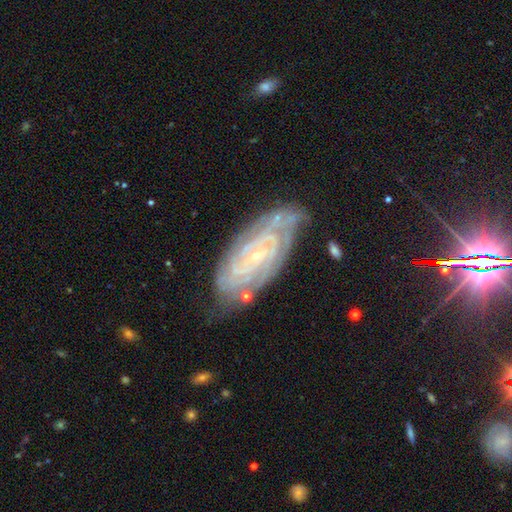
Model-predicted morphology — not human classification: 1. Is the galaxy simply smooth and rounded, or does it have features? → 87% featured or disk, 7% star or artifact, 6% smooth.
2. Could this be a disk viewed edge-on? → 95% no, 5% yes.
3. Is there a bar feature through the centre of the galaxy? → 53% no, 33% weak, 14% strong.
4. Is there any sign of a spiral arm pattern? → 98% yes, 2% no.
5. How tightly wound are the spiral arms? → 78% tight, 19% medium, 3% loose.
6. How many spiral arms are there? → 27% 2, 25% can't tell, 19% 3, 15% 4, 8% more than 4, 6% 1.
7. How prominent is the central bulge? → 85% small, 11% moderate, 2% none, 1% large, 1% dominant.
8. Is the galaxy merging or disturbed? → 71% none, 21% minor disturbance, 6% major disturbance, 2% merger.